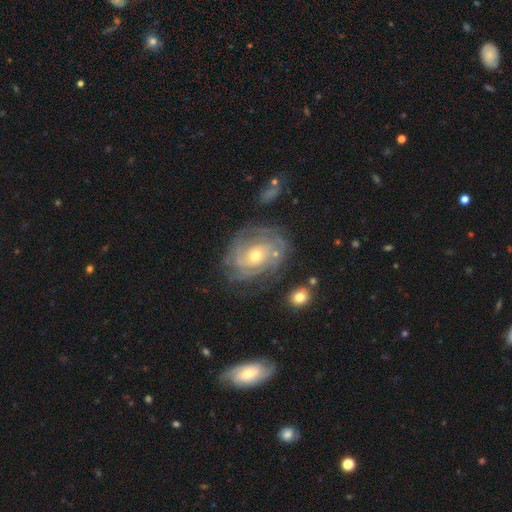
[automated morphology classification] featured or disk 83%, smooth 11%, star or artifact 6%. Down the decision tree: edge-on disk — no (96%); bar — no (75%); spiral arms — yes (89%); spiral arm count — can't tell (47%); spiral winding — tight (72%); bulge size — moderate (50%); merging — none (68%).